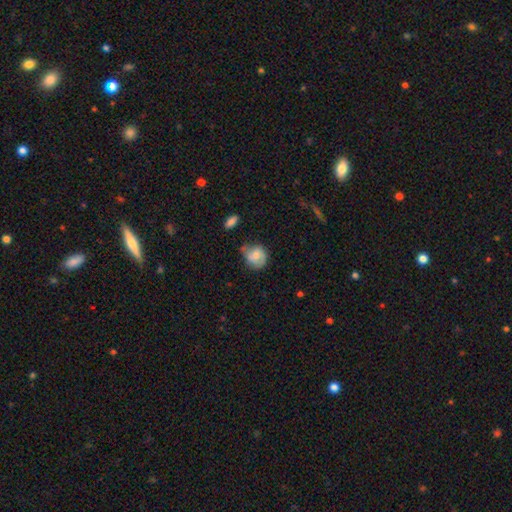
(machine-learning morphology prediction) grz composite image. It shows a smooth galaxy with no disk features (63%) that is round (70%). Merging: none (48%).